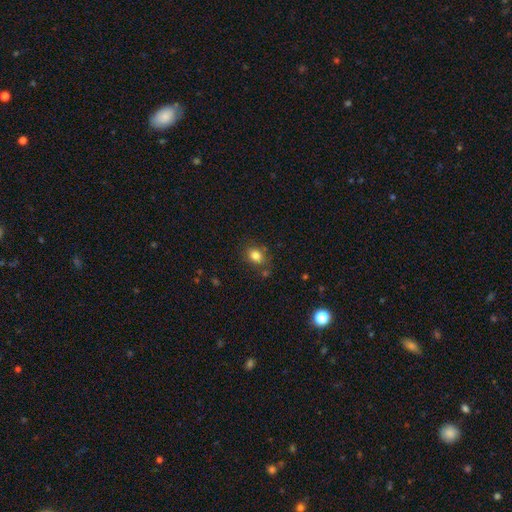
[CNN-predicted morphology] A smooth galaxy with no disk features (81%) that is in between round and cigar-shaped (58%).

Vote fractions:
- Smooth or featured? smooth: 81% / star or artifact: 11% / featured or disk: 8%
- How rounded? in between: 58% / round: 41% / cigar-shaped: 1%
- Merging? none: 76% / minor disturbance: 15% / merger: 5% / major disturbance: 4%